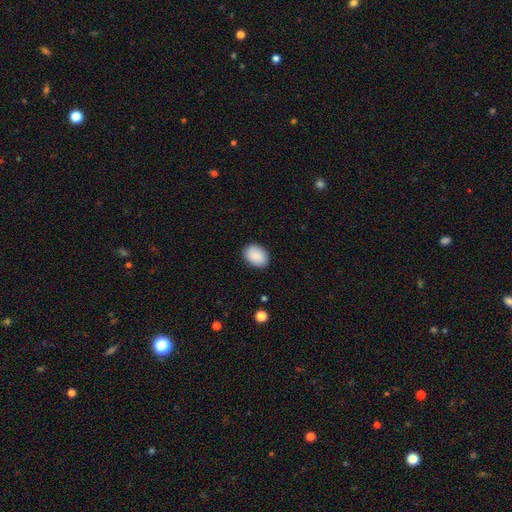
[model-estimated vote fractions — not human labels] This appears to be a smooth galaxy with no disk features (90%) that is in between round and cigar-shaped (79%). Merging: none (87%).